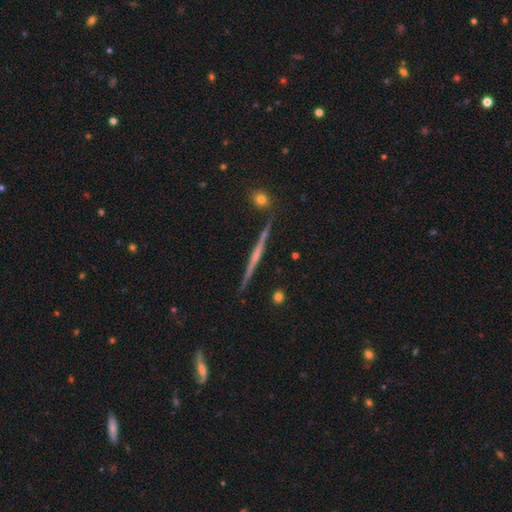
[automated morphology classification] Smooth or featured? featured or disk (72%)
Edge-on disk? yes (98%)
Edge-on bulge? none (62%)
Merging? none (89%)